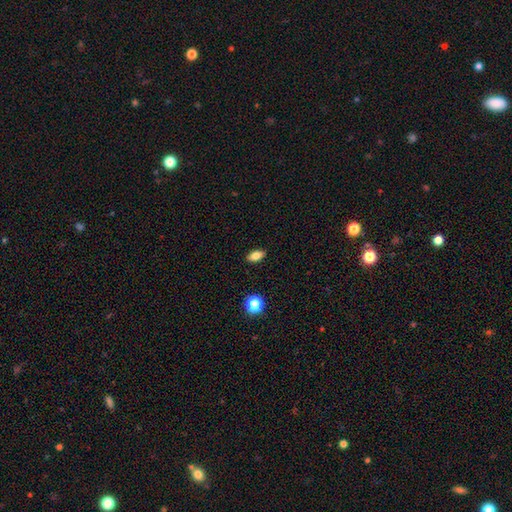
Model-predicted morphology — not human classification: Smooth or featured? smooth (79%)
How rounded? in between (86%)
Merging? none (90%)